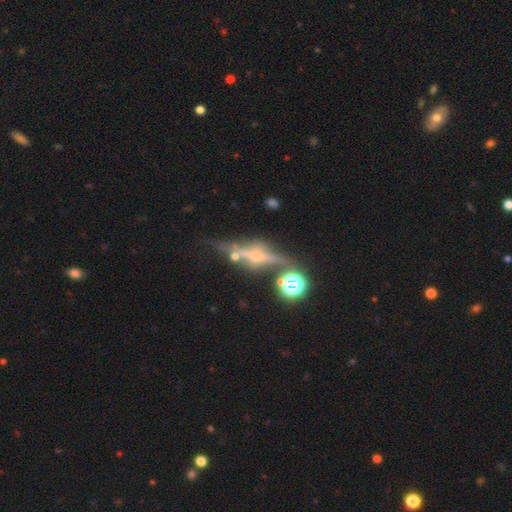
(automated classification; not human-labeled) smooth_or_featured: featured or disk (p=0.72) [alt: star or artifact p=0.16]
disk_edge_on: yes (p=0.86) [alt: no p=0.14]
edge_on_bulge: rounded (p=0.87) [alt: boxy p=0.07]
merging: none (p=0.63) [alt: minor disturbance p=0.17]